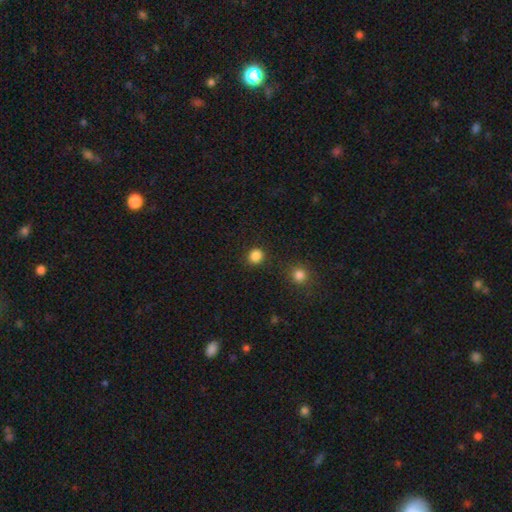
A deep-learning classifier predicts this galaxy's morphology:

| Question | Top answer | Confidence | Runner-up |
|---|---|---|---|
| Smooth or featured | smooth | 85% | star or artifact (12%) |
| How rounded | round | 89% | in between (10%) |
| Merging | none | 89% | minor disturbance (6%) |